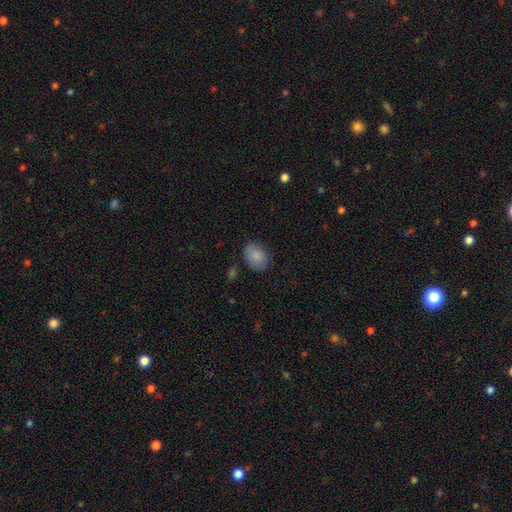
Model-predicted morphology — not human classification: The model was most divided on "how rounded": in between: 77%, round: 22%, cigar-shaped: 1%. More confident: smooth or featured — smooth (86%); merging — none (78%).